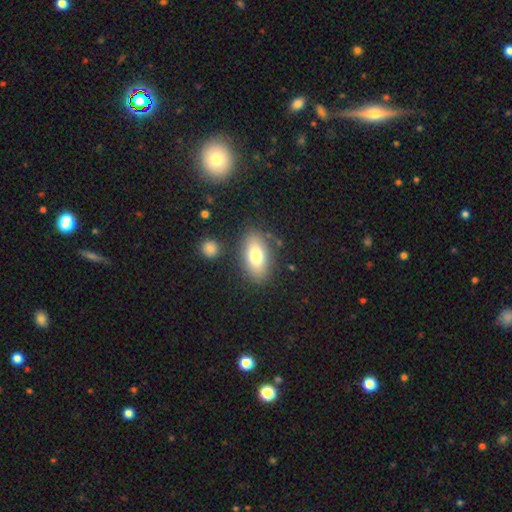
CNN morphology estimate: This appears to be a smooth galaxy with no disk features (76%) that is in between round and cigar-shaped (89%). Merging: none (81%).